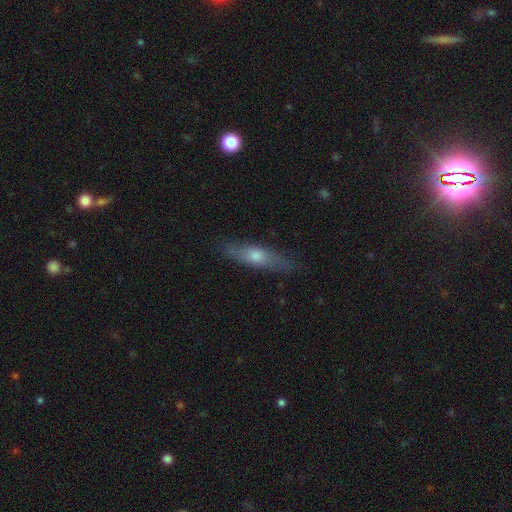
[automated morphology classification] Q: Smooth or featured?
A: featured or disk (48%); runner-up: smooth (44%)
Q: Merging?
A: none (85%); runner-up: minor disturbance (11%)